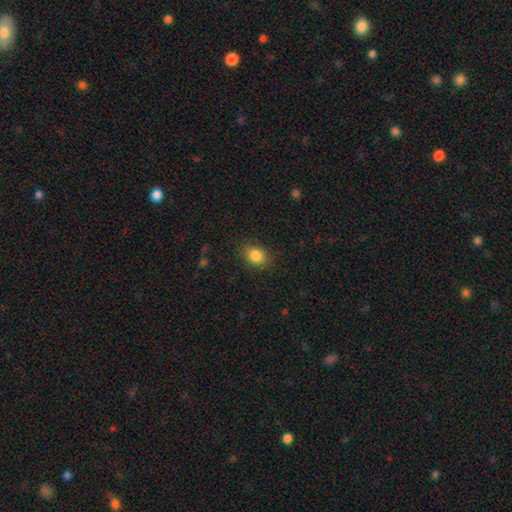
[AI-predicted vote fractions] This appears to be a smooth galaxy with no disk features (85%) that is round (51%). Merging: none (85%).